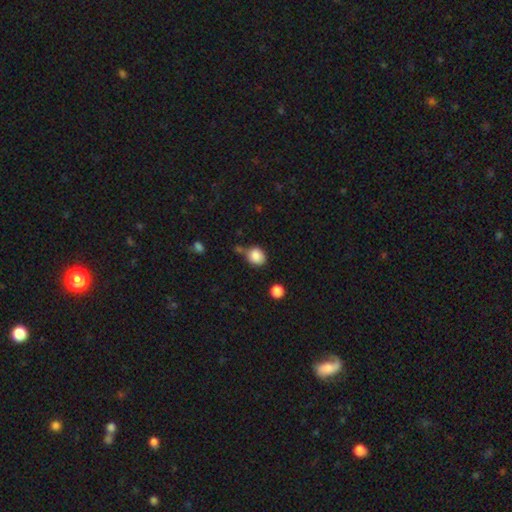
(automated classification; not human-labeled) The model was most divided on "how rounded": round: 62%, in between: 37%, cigar-shaped: 1%. More confident: smooth or featured — smooth (86%); merging — none (61%).